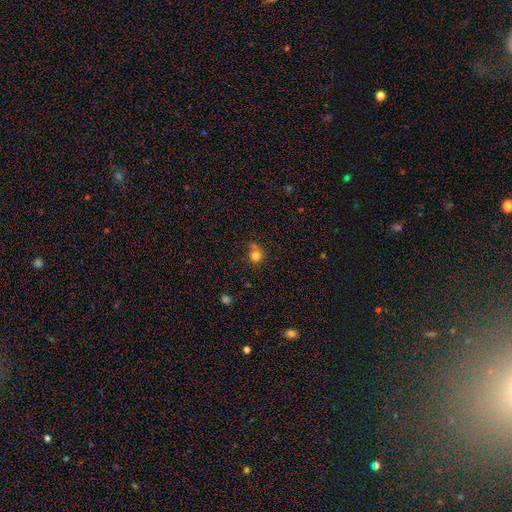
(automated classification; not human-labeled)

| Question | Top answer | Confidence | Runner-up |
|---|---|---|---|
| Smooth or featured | smooth | 79% | star or artifact (13%) |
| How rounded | round | 89% | in between (10%) |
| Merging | none | 60% | merger (21%) |